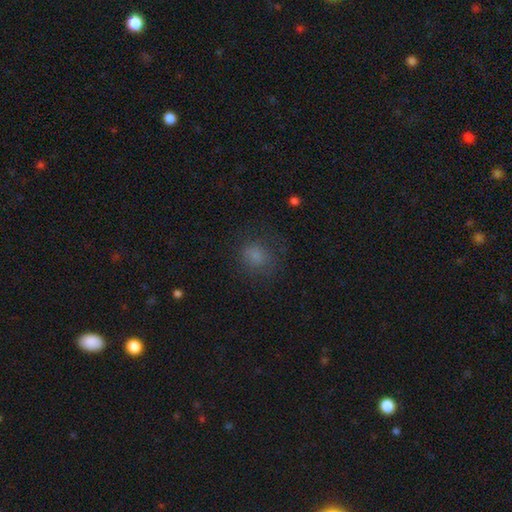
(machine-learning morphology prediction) smooth_or_featured: smooth (p=0.73) [alt: star or artifact p=0.17]
how_rounded: round (p=0.79) [alt: in between p=0.20]
merging: none (p=0.71) [alt: minor disturbance p=0.16]